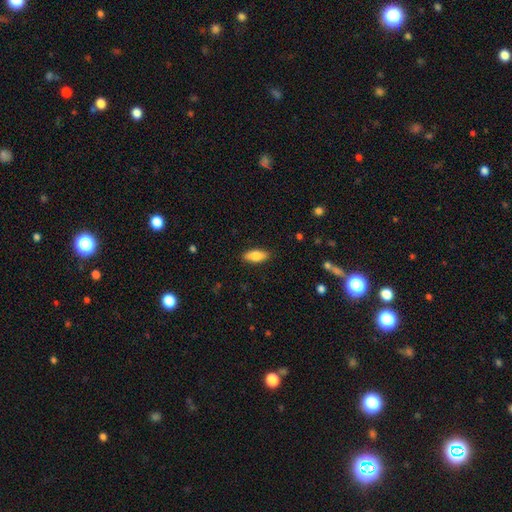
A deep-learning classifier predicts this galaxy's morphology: This appears to be a smooth galaxy with no disk features (80%) that is in between round and cigar-shaped (77%). Merging: none (89%).